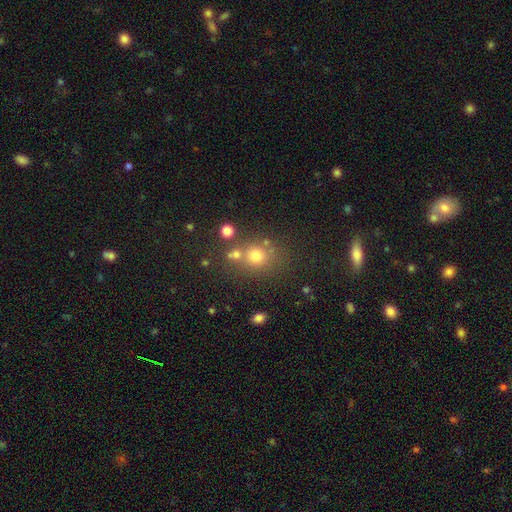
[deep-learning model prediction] Q: Smooth or featured?
A: smooth (65%); runner-up: star or artifact (22%)
Q: How rounded?
A: round (76%); runner-up: in between (23%)
Q: Merging?
A: none (61%); runner-up: merger (22%)